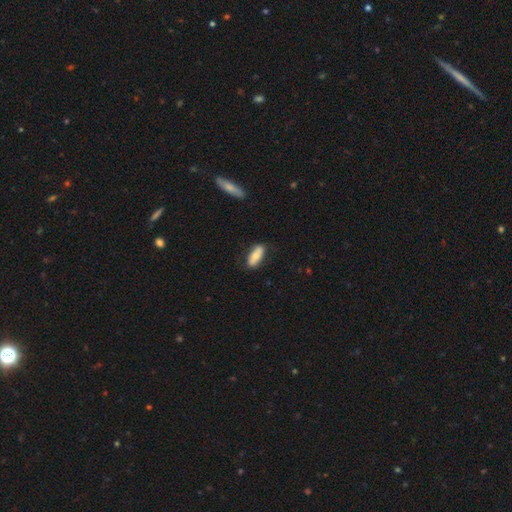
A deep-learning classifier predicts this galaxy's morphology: This appears to be a smooth galaxy with no disk features (69%) that is in between round and cigar-shaped (78%). Merging: none (78%).